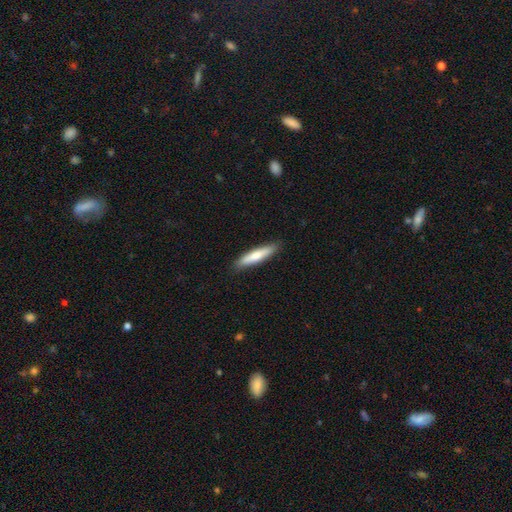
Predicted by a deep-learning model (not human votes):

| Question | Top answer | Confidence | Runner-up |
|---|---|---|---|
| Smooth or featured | smooth | 74% | featured or disk (21%) |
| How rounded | cigar-shaped | 86% | in between (13%) |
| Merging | none | 89% | minor disturbance (8%) |